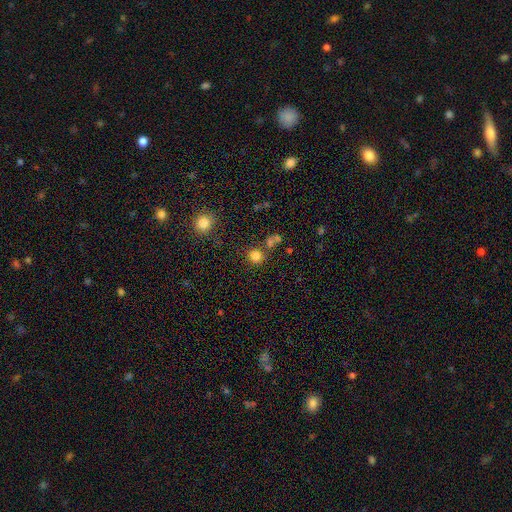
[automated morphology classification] Smooth or featured? Predicted: smooth (p=0.80). How rounded? Predicted: round (p=0.87). Merging? Predicted: none (p=0.74).